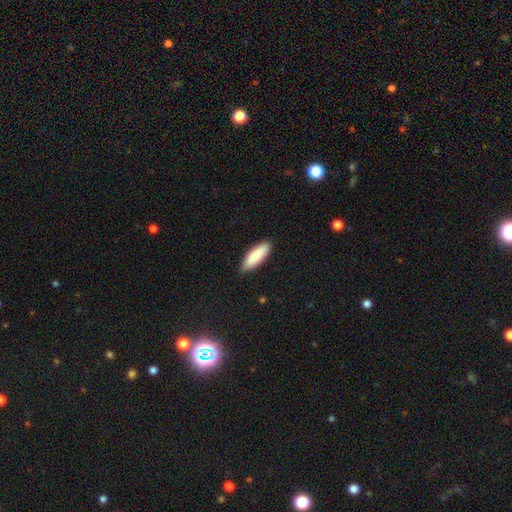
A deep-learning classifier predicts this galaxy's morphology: Smooth or featured: smooth — 87% (featured or disk — 7%)
How rounded: in between — 60% (cigar-shaped — 39%)
Merging: none — 86% (minor disturbance — 11%)